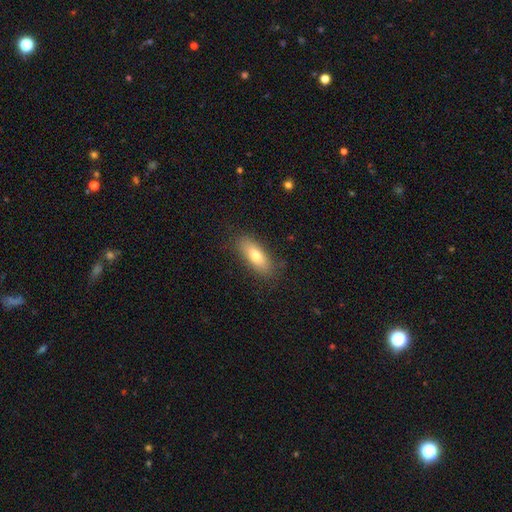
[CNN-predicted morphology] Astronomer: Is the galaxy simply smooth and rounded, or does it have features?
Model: smooth — 74%.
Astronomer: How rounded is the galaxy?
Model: in between — 71%.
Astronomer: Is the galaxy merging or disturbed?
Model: none — 84%.